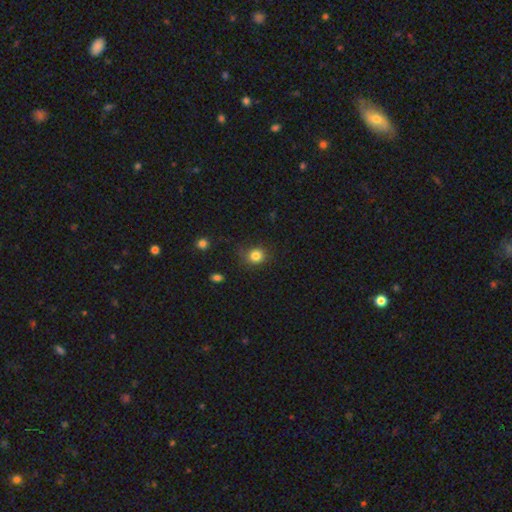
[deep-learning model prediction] Morphology: type=smooth (83%); roundness=round (81%); merging=none (77%).